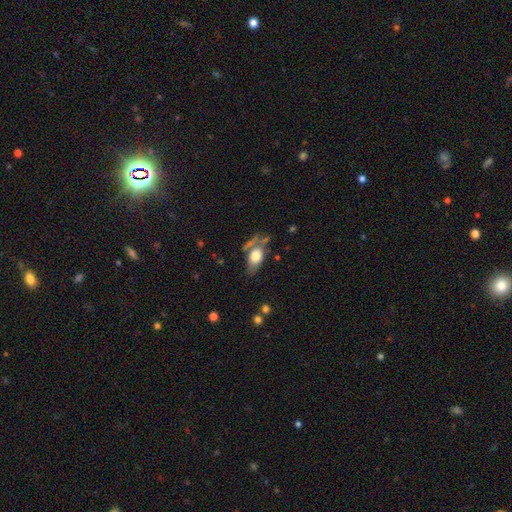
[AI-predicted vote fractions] The model was most divided on "merging": none: 49%, minor disturbance: 25%, merger: 14%, major disturbance: 13%. More confident: how rounded — in between (86%); smooth or featured — smooth (70%).